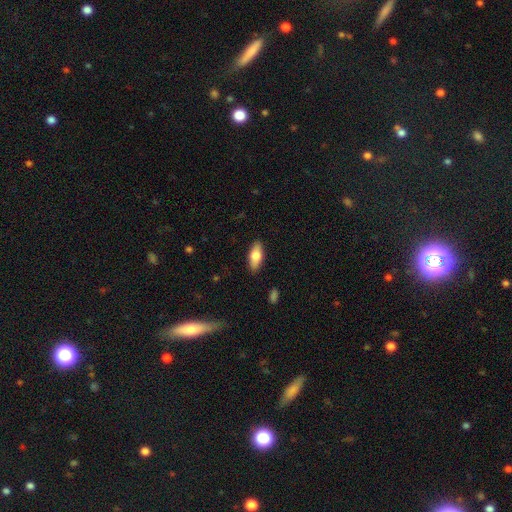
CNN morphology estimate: Smooth or featured? Predicted: smooth (p=0.75). How rounded? Predicted: in between (p=0.81). Merging? Predicted: none (p=0.88).